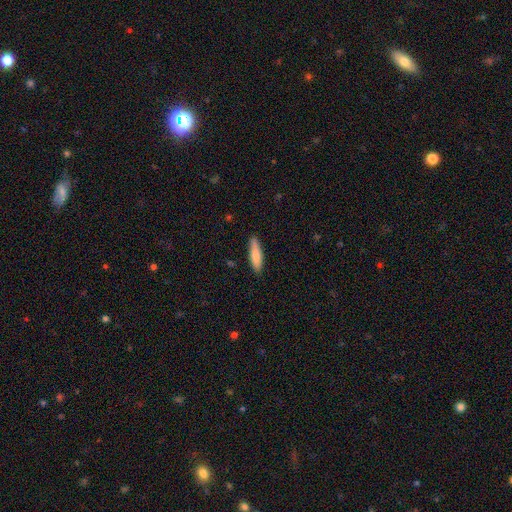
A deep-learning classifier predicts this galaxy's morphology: type=smooth (80%); roundness=cigar-shaped (71%); merging=none (85%).